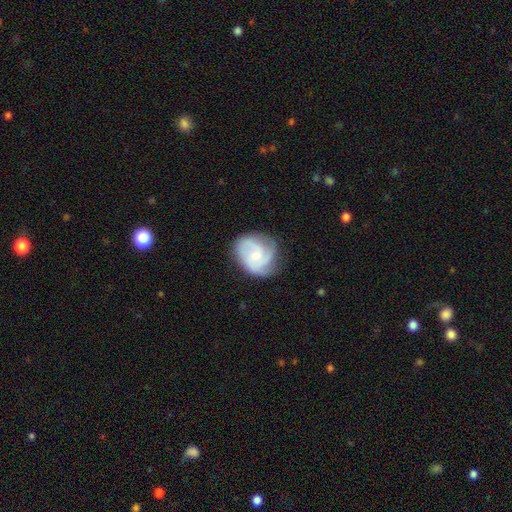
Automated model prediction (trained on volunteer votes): smooth-or-featured: featured or disk: 73% | smooth: 22% | star or artifact: 6%
  disk-edge-on: no: 98% | yes: 2%
    bar: no: 67% | weak: 29% | strong: 4%
    has-spiral-arms: yes: 94% | no: 6%
      spiral-winding: medium: 45% | tight: 39% | loose: 16%
      spiral-arm-count: 3: 49% | 2: 22% | can't tell: 15% | 4: 6% | 1: 5% | more than 4: 3%
    bulge-size: small: 54% | moderate: 39% | none: 4% | large: 2% | dominant: 1%
  merging: none: 63% | minor disturbance: 25% | major disturbance: 11% | merger: 1%